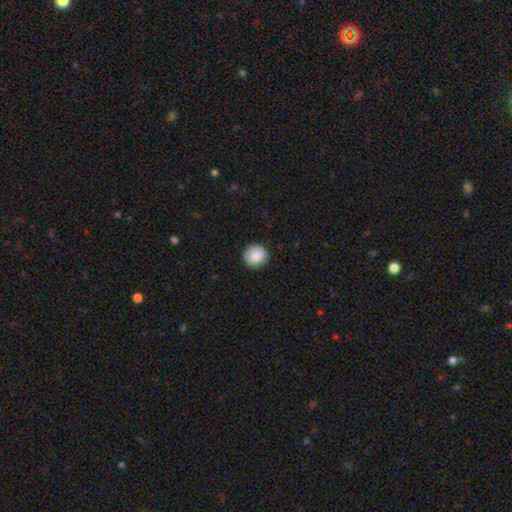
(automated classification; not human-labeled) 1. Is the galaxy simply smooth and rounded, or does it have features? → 88% smooth, 7% star or artifact, 4% featured or disk.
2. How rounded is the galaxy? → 90% round, 9% in between, 1% cigar-shaped.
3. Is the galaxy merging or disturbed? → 90% none, 7% minor disturbance, 2% major disturbance, 1% merger.